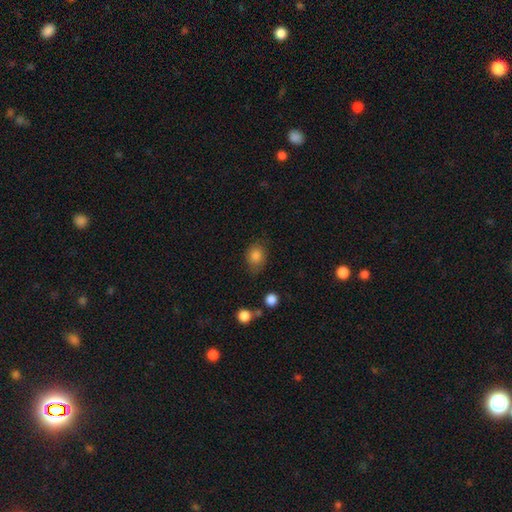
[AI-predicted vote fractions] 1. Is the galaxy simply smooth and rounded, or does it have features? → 84% smooth, 10% star or artifact, 6% featured or disk.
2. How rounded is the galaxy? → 50% in between, 48% round, 1% cigar-shaped.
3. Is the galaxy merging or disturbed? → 70% none, 22% minor disturbance, 6% major disturbance, 2% merger.